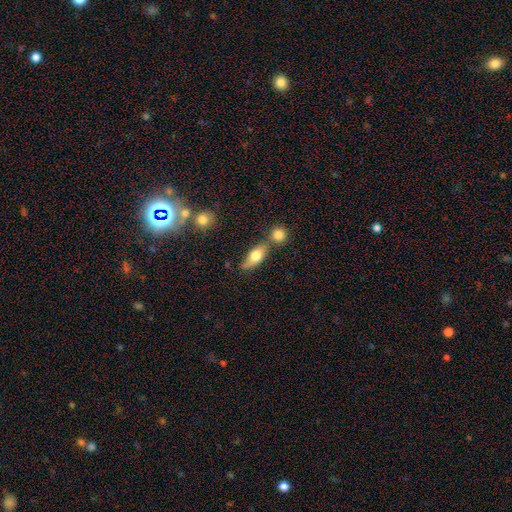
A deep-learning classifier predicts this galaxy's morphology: type=smooth (72%); roundness=in between (79%); merging=none (54%).